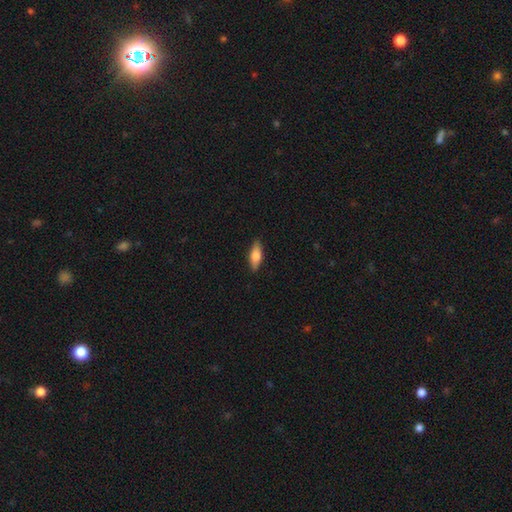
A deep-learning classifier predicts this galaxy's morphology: type=smooth (70%); roundness=in between (66%); merging=none (88%).